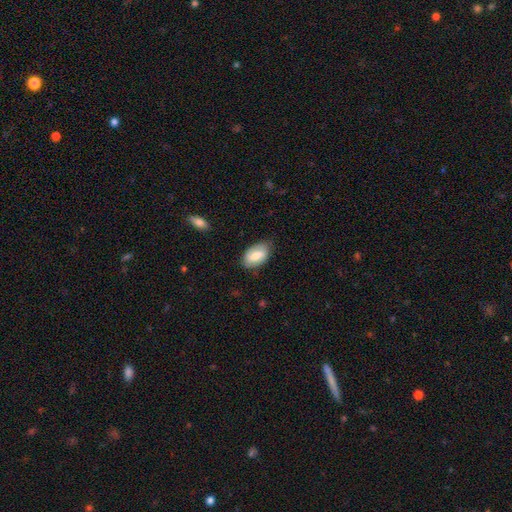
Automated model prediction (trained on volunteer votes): This appears to be a smooth galaxy with no disk features (70%) that is in between round and cigar-shaped (92%). Merging: none (71%).